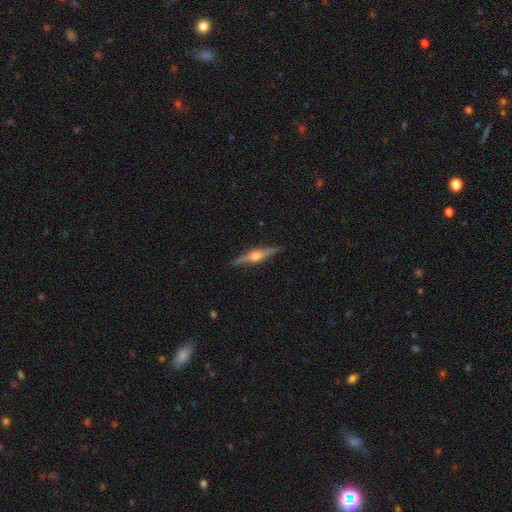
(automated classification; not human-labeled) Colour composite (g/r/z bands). It shows a featured or disk galaxy (81%) viewed edge-on (98%) with a rounded central bulge (92%). Merging: none (90%).